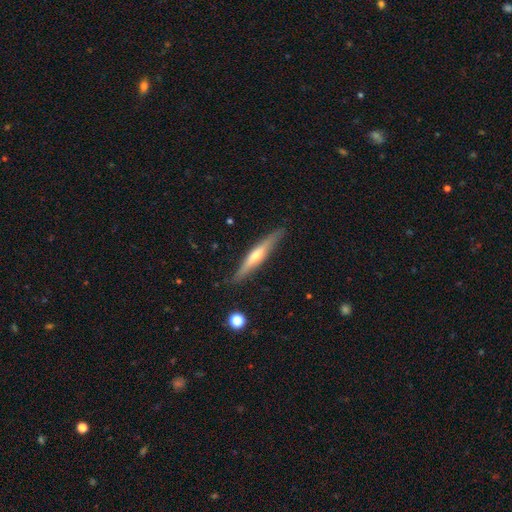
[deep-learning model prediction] This appears to be a featured or disk galaxy (62%) viewed edge-on (96%) with a rounded central bulge (76%). Merging: none (86%).